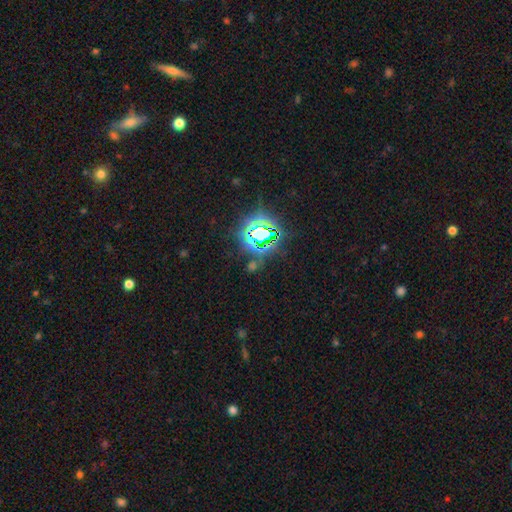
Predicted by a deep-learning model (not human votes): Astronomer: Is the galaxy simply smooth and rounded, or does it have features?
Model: star or artifact — 80%.